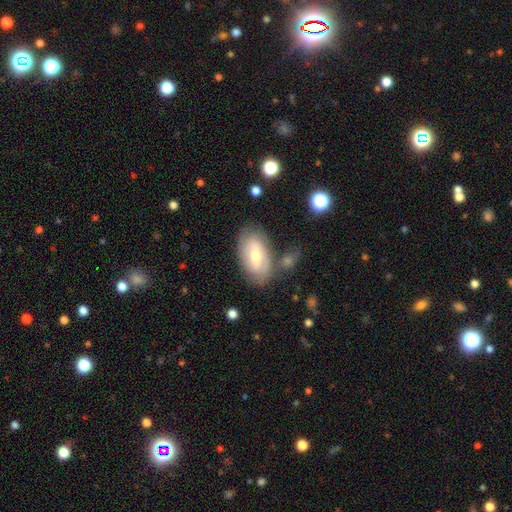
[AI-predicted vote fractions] This is possibly a featured or disk galaxy (51%). It is clearly not viewed edge-on (90%). Merging: likely none (68%).